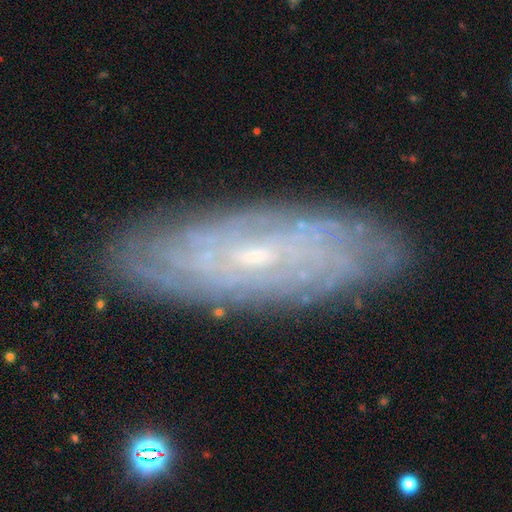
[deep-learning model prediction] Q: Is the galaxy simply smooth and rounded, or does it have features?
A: featured or disk — 78%.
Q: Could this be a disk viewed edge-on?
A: no — 84%.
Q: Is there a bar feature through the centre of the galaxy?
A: no — 51%.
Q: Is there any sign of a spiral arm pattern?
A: yes — 92%.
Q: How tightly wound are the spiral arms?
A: tight — 79%.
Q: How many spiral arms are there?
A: can't tell — 55%.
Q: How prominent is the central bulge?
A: small — 79%.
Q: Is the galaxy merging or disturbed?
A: none — 85%.